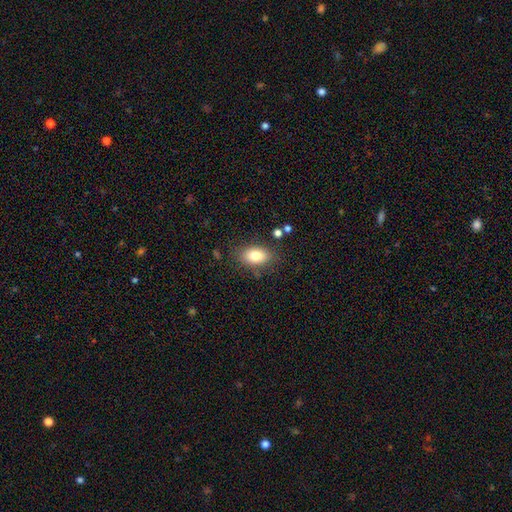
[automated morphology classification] Smooth or featured? smooth (80%)
How rounded? in between (87%)
Merging? none (81%)